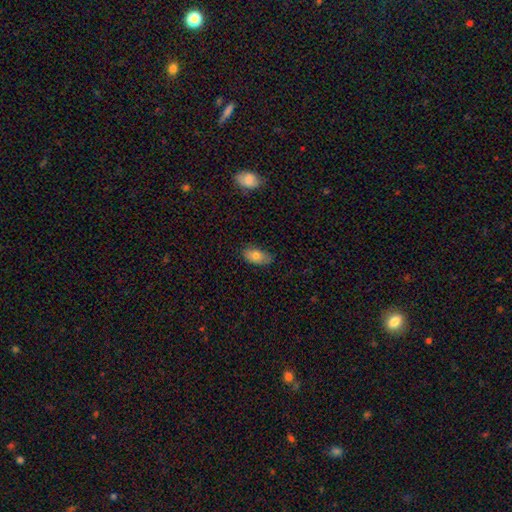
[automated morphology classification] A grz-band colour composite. It shows a smooth galaxy with no disk features (77%) that is in between round and cigar-shaped (91%). Merging: none (77%).